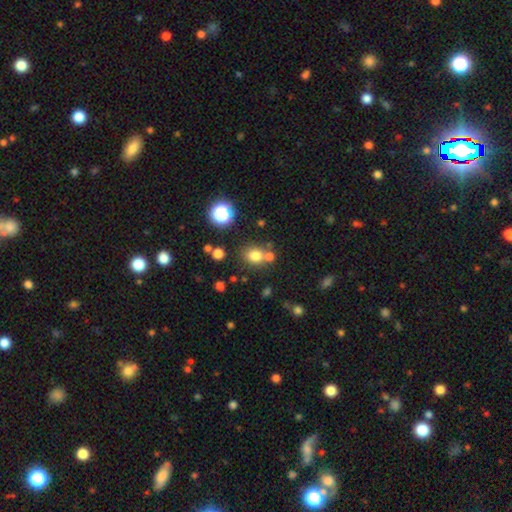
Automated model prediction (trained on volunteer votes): smooth_or_featured: smooth (p=0.75) [alt: star or artifact p=0.16]
how_rounded: round (p=0.66) [alt: in between p=0.33]
merging: none (p=0.65) [alt: merger p=0.20]